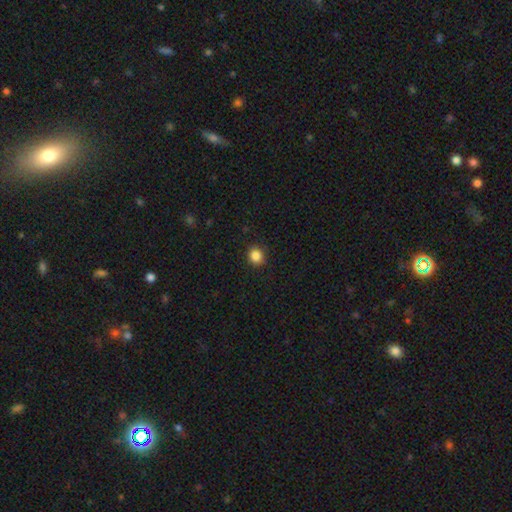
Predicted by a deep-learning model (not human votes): smooth-or-featured: smooth: 86% | star or artifact: 10% | featured or disk: 3%
  how-rounded: round: 77% | in between: 22% | cigar-shaped: 1%
  merging: none: 90% | minor disturbance: 7% | major disturbance: 2% | merger: 1%